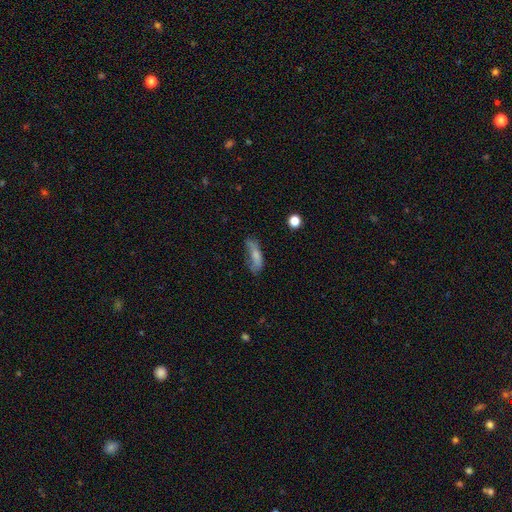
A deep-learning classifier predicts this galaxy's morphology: smooth 64%, featured or disk 25%, star or artifact 11%. Down the decision tree: how rounded — in between (56%); merging — none (36%).